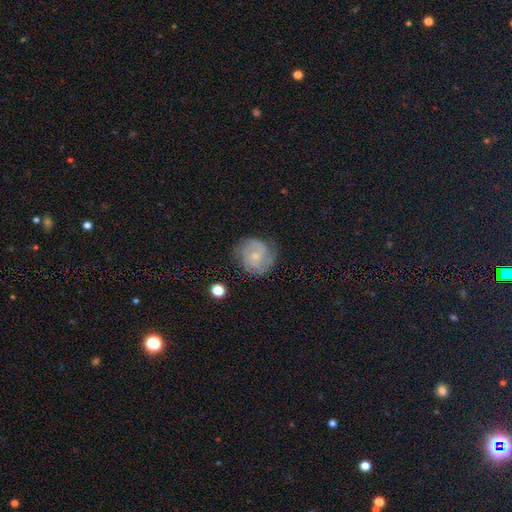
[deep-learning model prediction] featured or disk 63%, smooth 29%, star or artifact 8%. Down the decision tree: edge-on disk — no (98%); bar — no (76%); spiral arms — yes (85%); spiral arm count — 2 (38%); spiral winding — tight (55%); bulge size — small (72%); merging — none (69%).